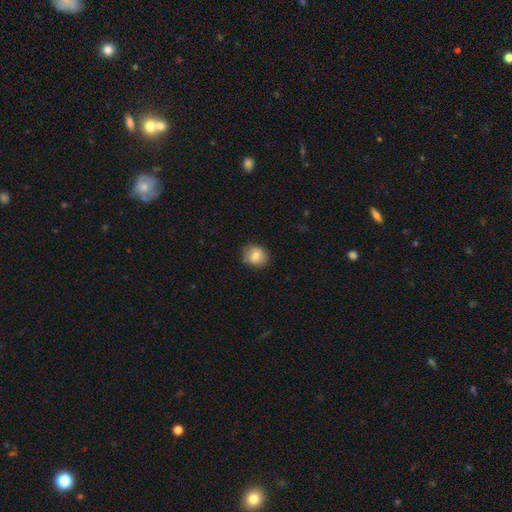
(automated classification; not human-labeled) Morphology: type=smooth (77%); roundness=round (63%); merging=none (81%).